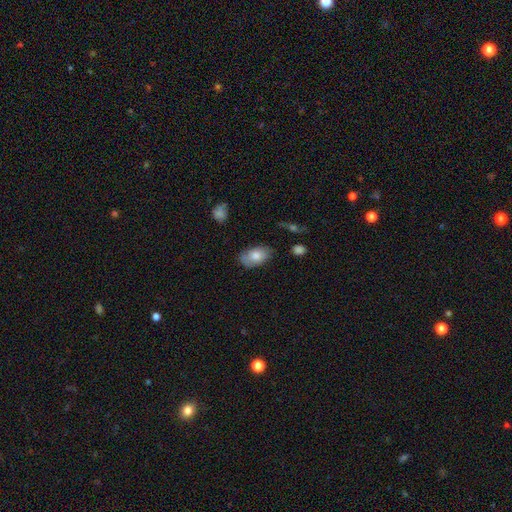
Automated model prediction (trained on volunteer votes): This appears to be a smooth galaxy with no disk features (78%) that is in between round and cigar-shaped (93%). Merging: none (72%).